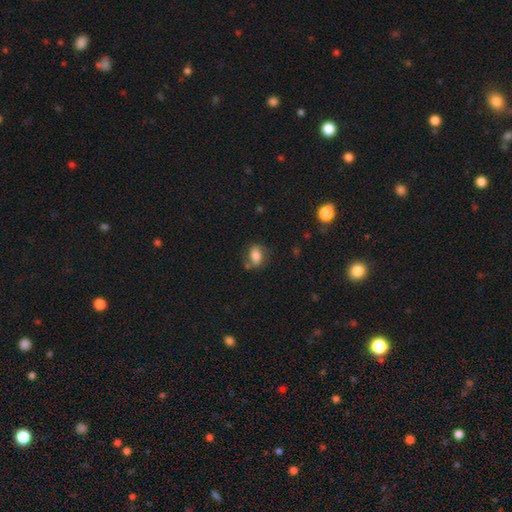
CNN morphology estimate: Smooth or featured?
  - smooth: 64% *
  - featured or disk: 26%
  - star or artifact: 10%
How rounded?
  - in between: 80% *
  - round: 18%
  - cigar-shaped: 3%
Merging?
  - none: 57% *
  - minor disturbance: 25%
  - major disturbance: 12%
  - merger: 6%